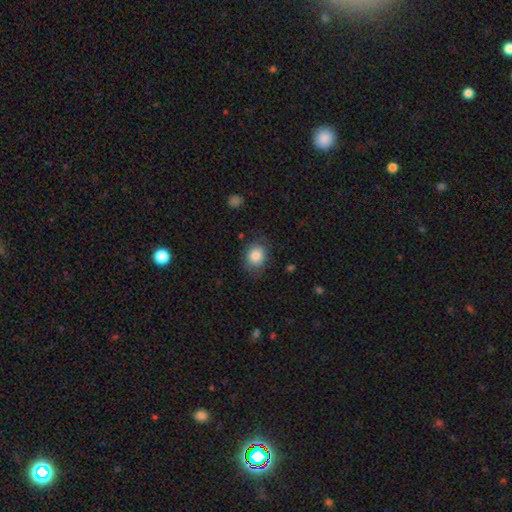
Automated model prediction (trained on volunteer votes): Morphology: type=smooth (85%); roundness=round (51%); merging=none (77%).